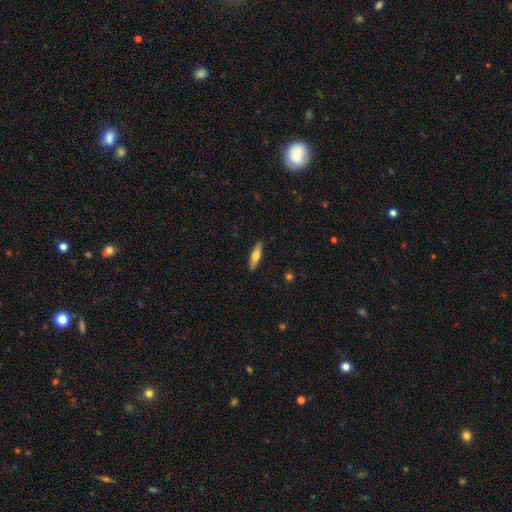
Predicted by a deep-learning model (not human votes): A smooth galaxy with no disk features (62%) that is cigar-shaped (62%). Merging: none (89%).